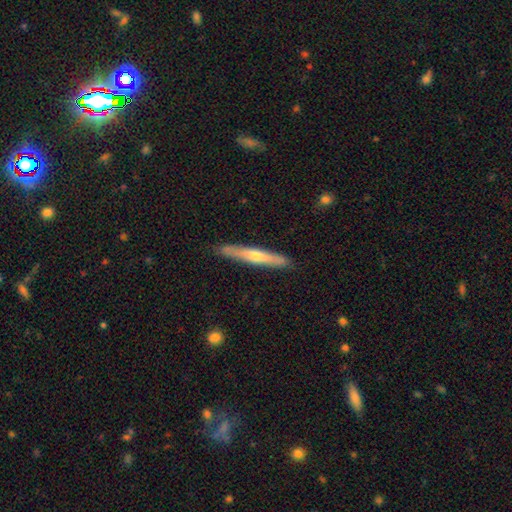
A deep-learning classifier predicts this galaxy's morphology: A featured or disk galaxy (54%) viewed edge-on (95%) with a rounded central bulge (72%).

Vote fractions:
- Smooth or featured? featured or disk: 54% / smooth: 40% / star or artifact: 6%
- Edge-on disk? yes: 95% / no: 5%
- Edge-on bulge? rounded: 72% / none: 24% / boxy: 4%
- Merging? none: 89% / minor disturbance: 8% / major disturbance: 1% / merger: 1%